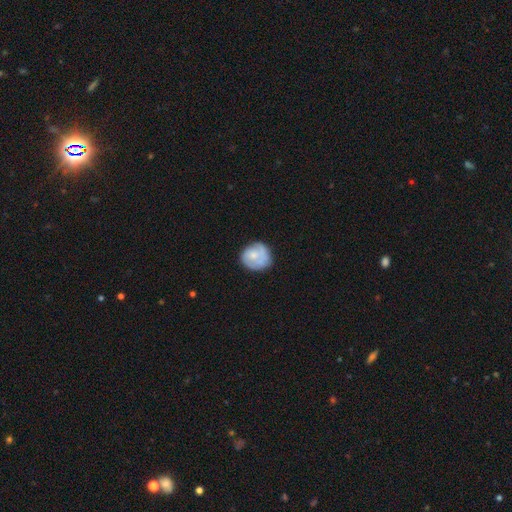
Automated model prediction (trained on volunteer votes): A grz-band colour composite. It shows a smooth galaxy with no disk features (51%) that is round (81%). Merging: none (66%).